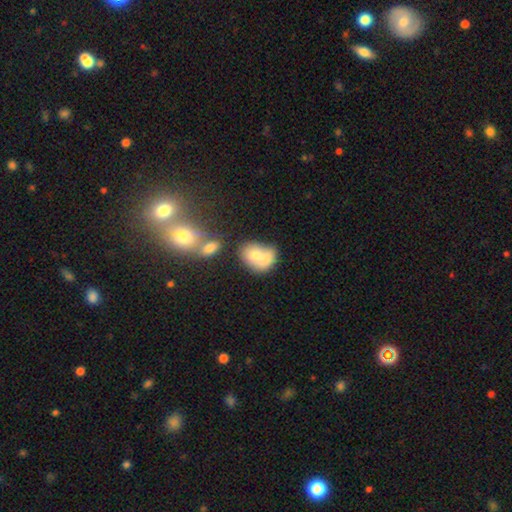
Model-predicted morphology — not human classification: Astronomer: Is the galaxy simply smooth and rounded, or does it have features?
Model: smooth — 68%.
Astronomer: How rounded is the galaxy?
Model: in between — 55% (runner-up: round, 44%).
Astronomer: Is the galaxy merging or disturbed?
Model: merger — 53%.